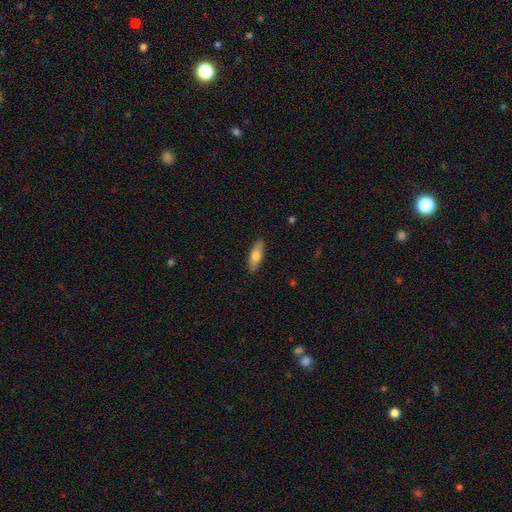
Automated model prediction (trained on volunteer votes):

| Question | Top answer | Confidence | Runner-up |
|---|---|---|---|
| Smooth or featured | smooth | 69% | featured or disk (25%) |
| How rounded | in between | 57% | cigar-shaped (40%) |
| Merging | none | 89% | minor disturbance (8%) |